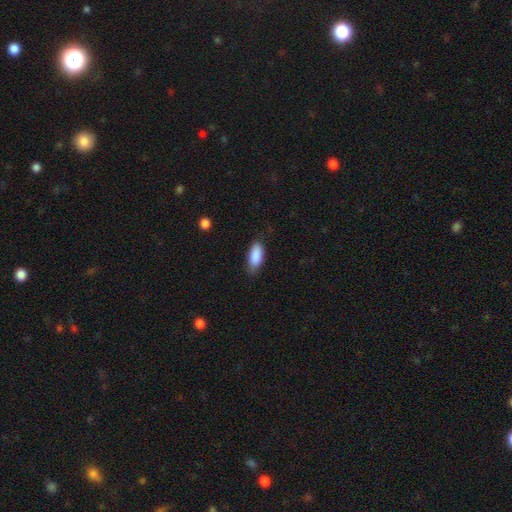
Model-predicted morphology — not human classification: This appears to be a smooth galaxy with no disk features (88%) that is in between round and cigar-shaped (85%). Merging: none (77%).